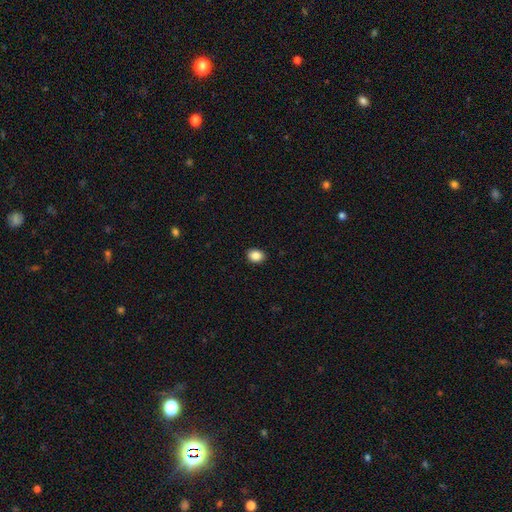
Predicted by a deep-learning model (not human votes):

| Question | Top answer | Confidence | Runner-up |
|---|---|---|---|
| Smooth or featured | smooth | 87% | star or artifact (9%) |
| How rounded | in between | 55% | round (44%) |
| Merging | none | 90% | minor disturbance (7%) |